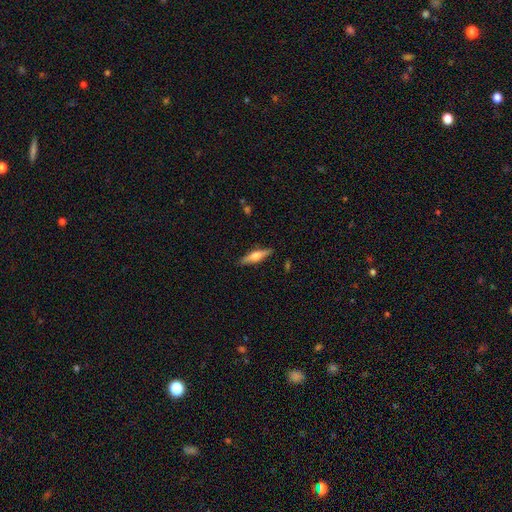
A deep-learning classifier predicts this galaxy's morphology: This is possibly a featured or disk galaxy (54%). It is clearly viewed edge-on (95%). Edge-on bulge: clearly rounded (87%). Merging: clearly none (88%).